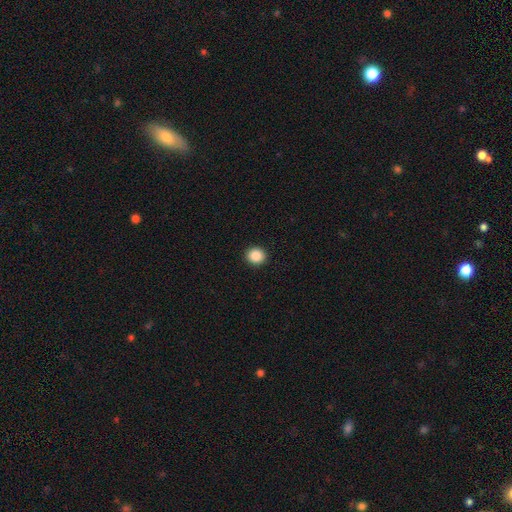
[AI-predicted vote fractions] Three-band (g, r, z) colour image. It shows a smooth galaxy with no disk features (88%) that is round (86%). Merging: none (93%).